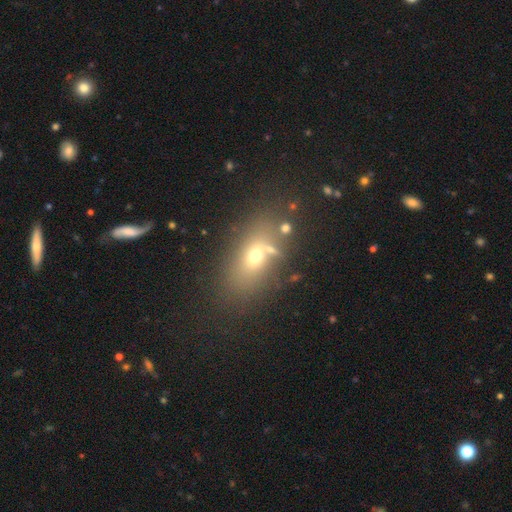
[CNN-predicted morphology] Smooth or featured: smooth — 60% (featured or disk — 20%)
How rounded: in between — 73% (round — 18%)
Merging: none — 67% (merger — 14%)